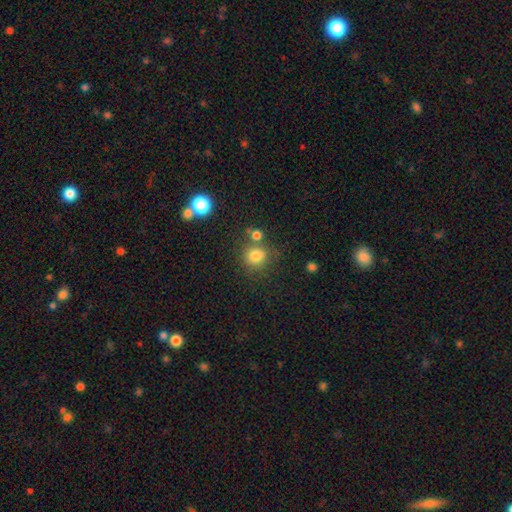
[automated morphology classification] Q: Smooth or featured?
A: smooth (80%); runner-up: star or artifact (14%)
Q: How rounded?
A: round (81%); runner-up: in between (18%)
Q: Merging?
A: none (67%); runner-up: merger (16%)